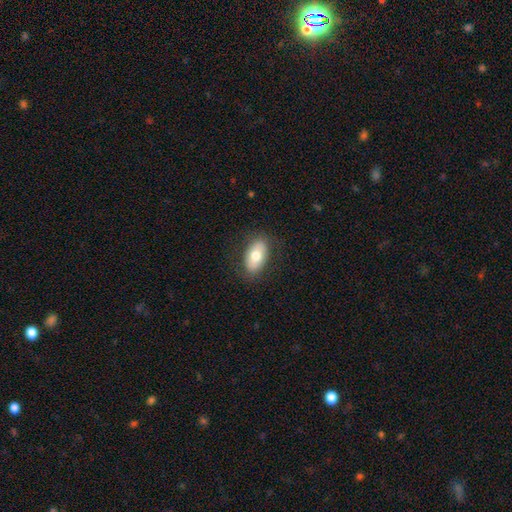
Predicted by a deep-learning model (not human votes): This appears to be a smooth galaxy with no disk features (72%) that is in between round and cigar-shaped (92%). Merging: none (84%).